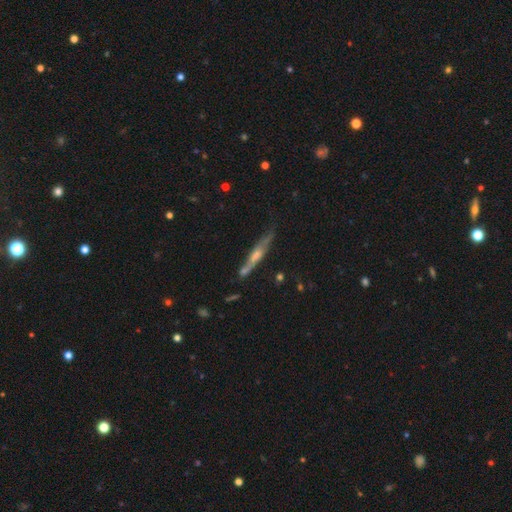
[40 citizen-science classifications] featured or disk 60%, smooth 30%, star or artifact 10%. Down the decision tree: edge-on disk — yes (96%); edge-on bulge — rounded (43%); merging — none (47%).